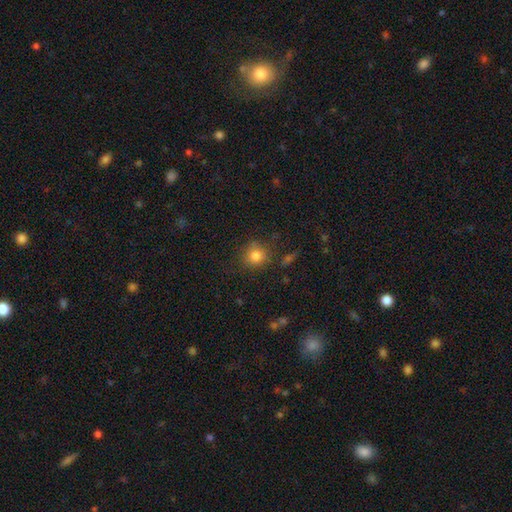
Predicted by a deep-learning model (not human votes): A smooth galaxy with no disk features (82%) that is round (87%).

Vote fractions:
- Smooth or featured? smooth: 82% / star or artifact: 12% / featured or disk: 6%
- How rounded? round: 87% / in between: 12% / cigar-shaped: 1%
- Merging? none: 79% / minor disturbance: 13% / major disturbance: 4% / merger: 4%